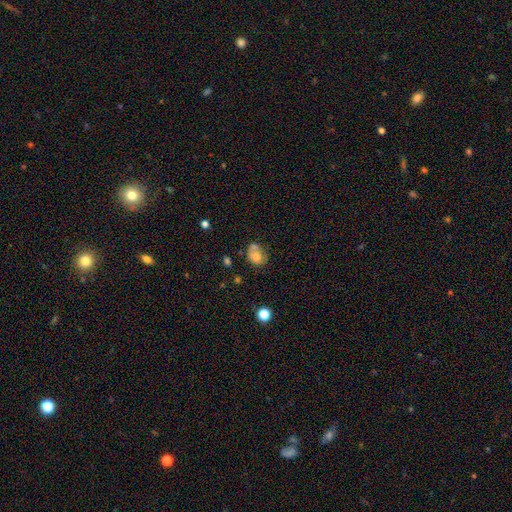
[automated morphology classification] Smooth or featured? smooth (67%)
How rounded? in between (58%)
Merging? none (36%)